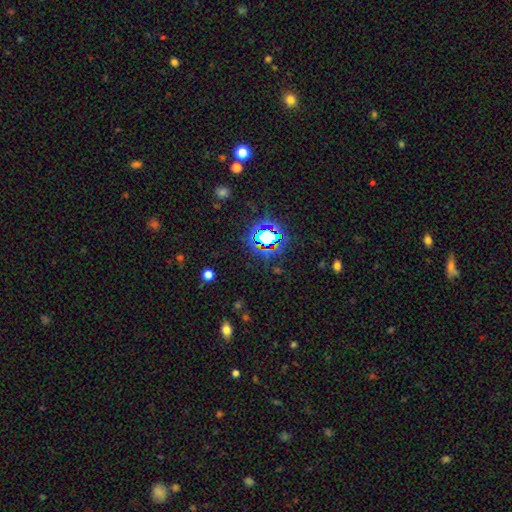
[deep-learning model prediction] Smooth or featured? Predicted: star or artifact (p=0.77).